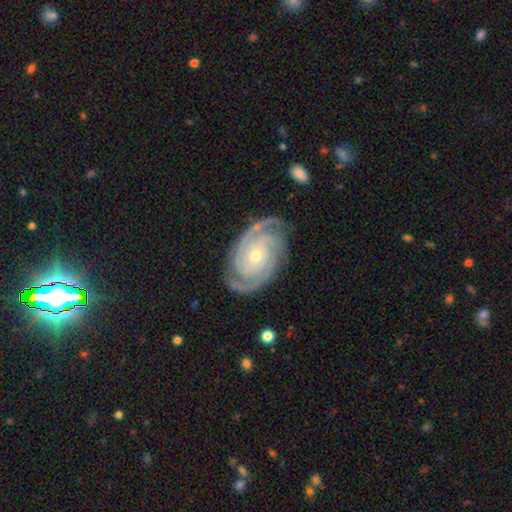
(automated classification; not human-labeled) This appears to be a featured or disk galaxy (93%) with no bar (73%), 2 (44%) tight (76%) spiral arms (99%) and a small central bulge (61%). Merging: none (82%).